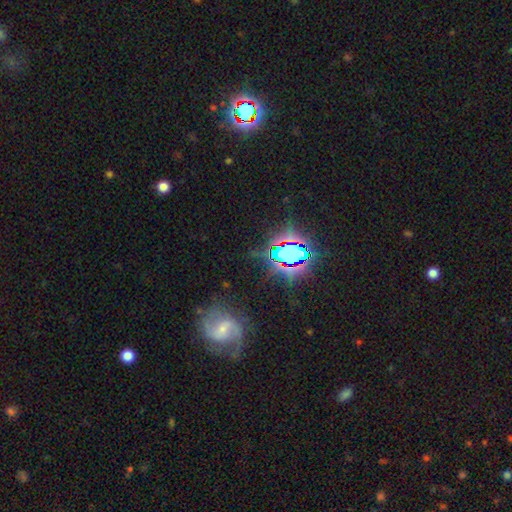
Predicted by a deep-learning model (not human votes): smooth-or-featured: star or artifact: 47% | featured or disk: 37% | smooth: 16%